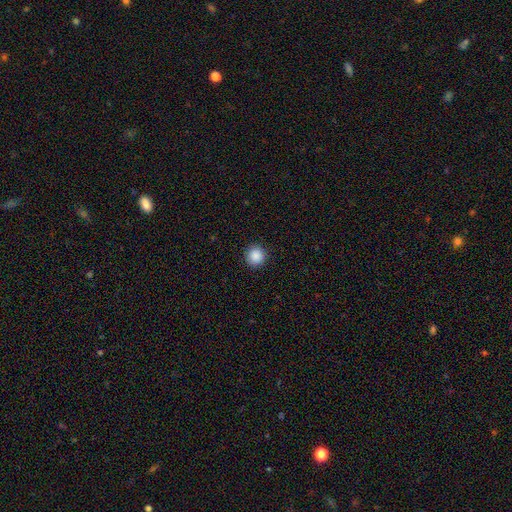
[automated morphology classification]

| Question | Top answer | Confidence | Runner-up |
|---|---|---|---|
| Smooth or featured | smooth | 89% | star or artifact (9%) |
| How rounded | round | 94% | in between (5%) |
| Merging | none | 92% | minor disturbance (5%) |